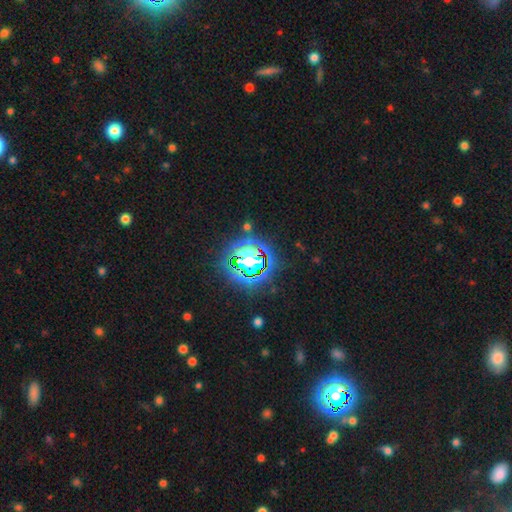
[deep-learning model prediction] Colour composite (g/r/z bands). It shows a star or artifact, not a galaxy (68%).